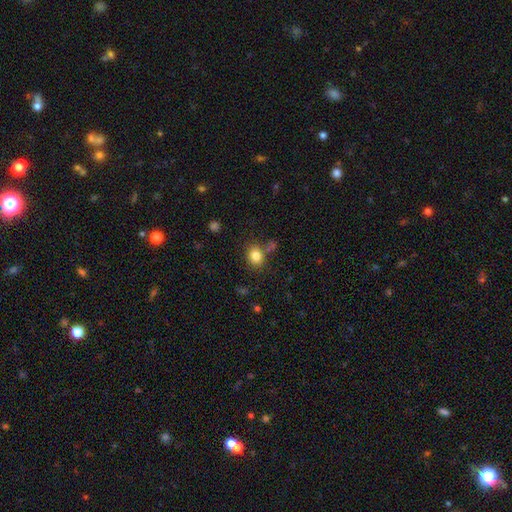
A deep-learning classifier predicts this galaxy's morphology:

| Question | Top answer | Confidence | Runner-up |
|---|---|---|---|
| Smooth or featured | smooth | 83% | star or artifact (11%) |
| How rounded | round | 66% | in between (33%) |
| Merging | none | 76% | minor disturbance (12%) |